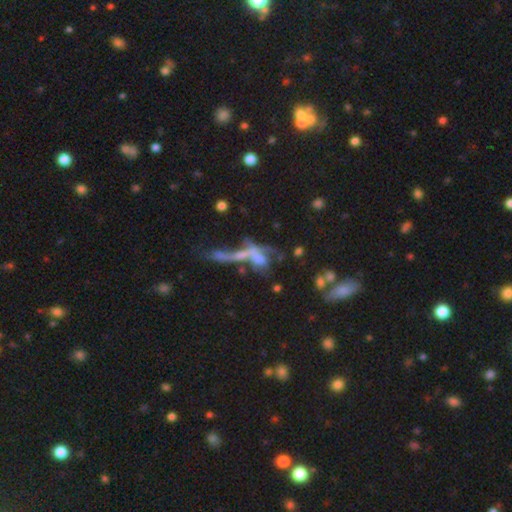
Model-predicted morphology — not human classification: A featured or disk galaxy (44%).

Vote fractions:
- Smooth or featured? featured or disk: 44% / smooth: 38% / star or artifact: 19%
- Merging? merger: 49% / major disturbance: 24% / none: 18% / minor disturbance: 9%